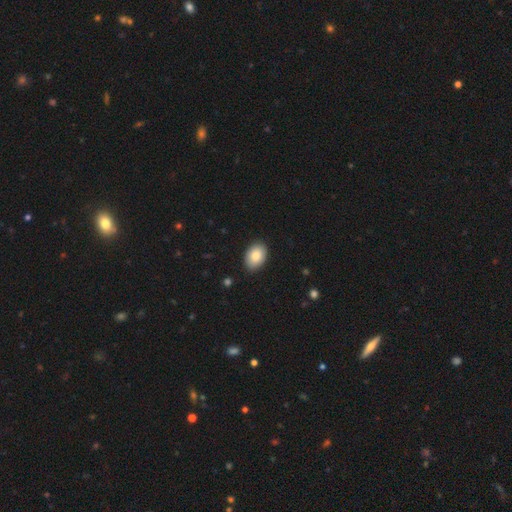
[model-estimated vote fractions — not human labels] Q: Smooth or featured?
A: smooth (85%); runner-up: featured or disk (8%)
Q: How rounded?
A: in between (86%); runner-up: round (13%)
Q: Merging?
A: none (89%); runner-up: minor disturbance (8%)